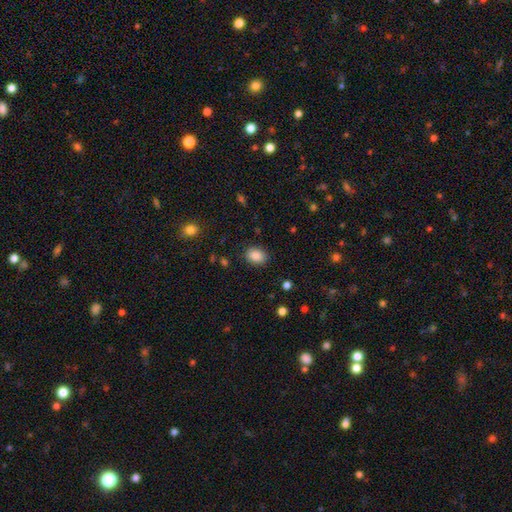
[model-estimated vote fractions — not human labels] This is clearly a smooth galaxy (88%). How rounded: likely in between (68%). Merging: clearly none (86%).